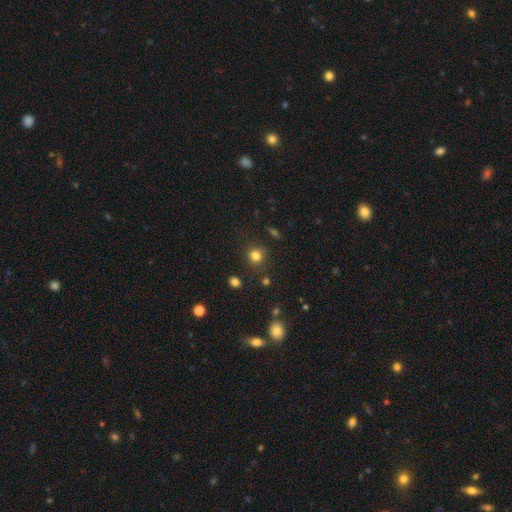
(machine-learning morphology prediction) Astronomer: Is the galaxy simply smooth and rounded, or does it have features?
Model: smooth — 81%.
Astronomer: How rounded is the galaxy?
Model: round — 89%.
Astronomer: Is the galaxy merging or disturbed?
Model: none — 85%.